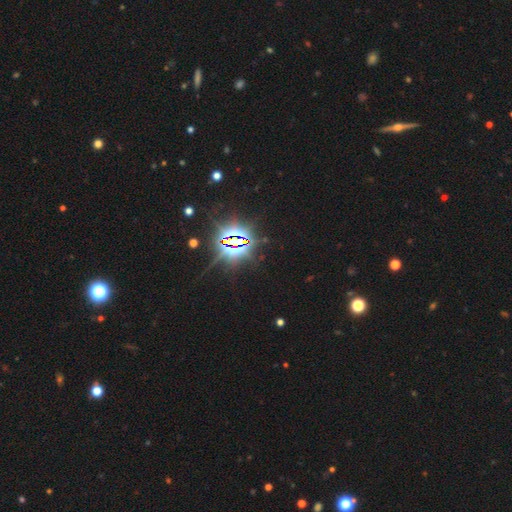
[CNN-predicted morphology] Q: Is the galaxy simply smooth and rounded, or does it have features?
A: star or artifact — 85%.